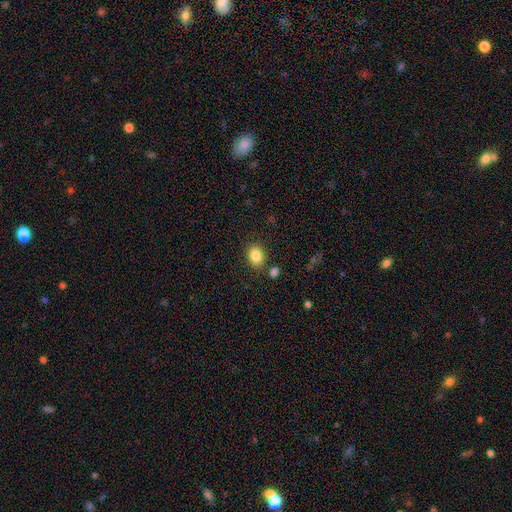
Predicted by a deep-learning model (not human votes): This is clearly a smooth galaxy (85%). How rounded: likely in between (63%). Merging: clearly none (82%).